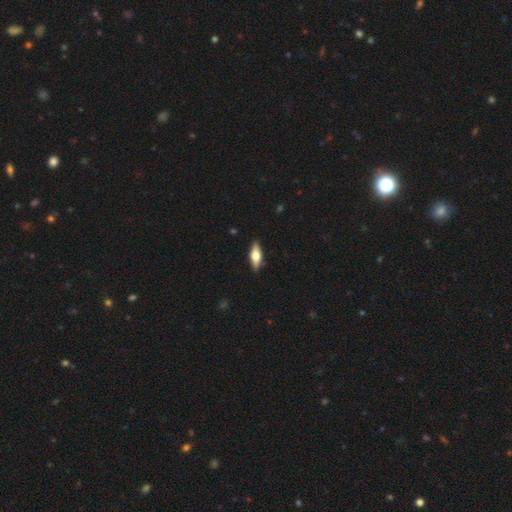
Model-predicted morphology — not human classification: Q: Smooth or featured?
A: smooth (49%); runner-up: featured or disk (45%)
Q: Merging?
A: none (89%); runner-up: minor disturbance (9%)